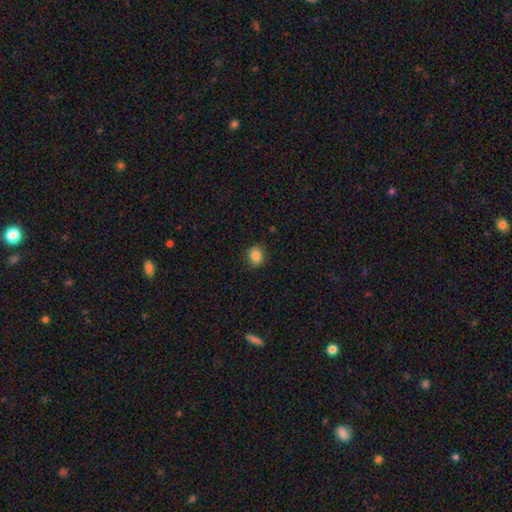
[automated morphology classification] This appears to be a smooth galaxy with no disk features (86%) that is round (68%). Merging: none (86%).